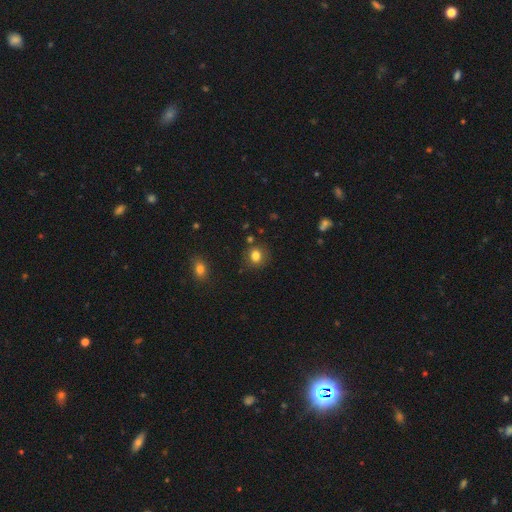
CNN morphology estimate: This is clearly a smooth galaxy (81%). How rounded: likely round (75%). Merging: clearly none (83%).